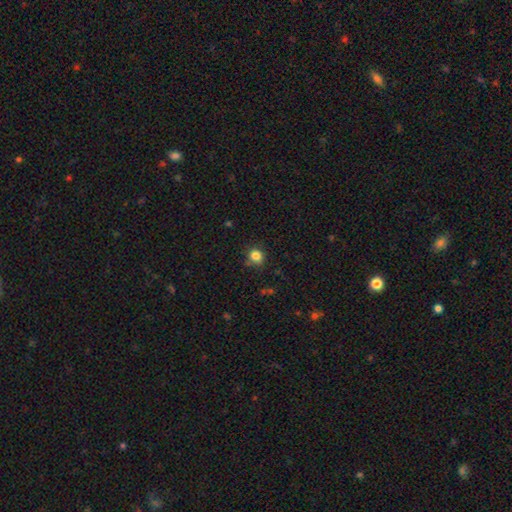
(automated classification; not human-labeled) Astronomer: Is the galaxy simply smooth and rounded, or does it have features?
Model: smooth — 83%.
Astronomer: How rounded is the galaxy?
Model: round — 82%.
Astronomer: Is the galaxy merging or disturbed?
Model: none — 79%.